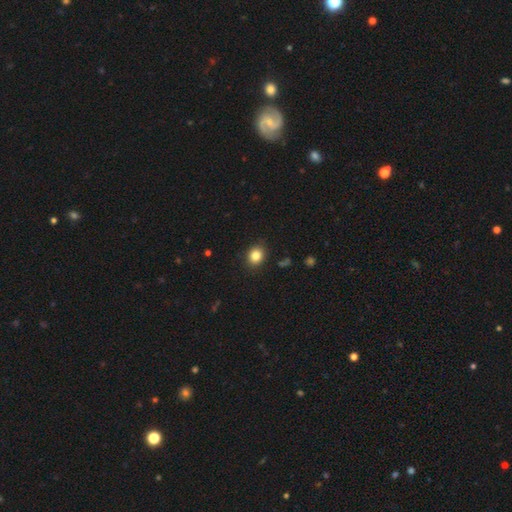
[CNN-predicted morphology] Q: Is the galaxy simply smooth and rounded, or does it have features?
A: smooth — 83%.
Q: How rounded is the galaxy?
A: round — 64%.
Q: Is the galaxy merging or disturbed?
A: none — 88%.